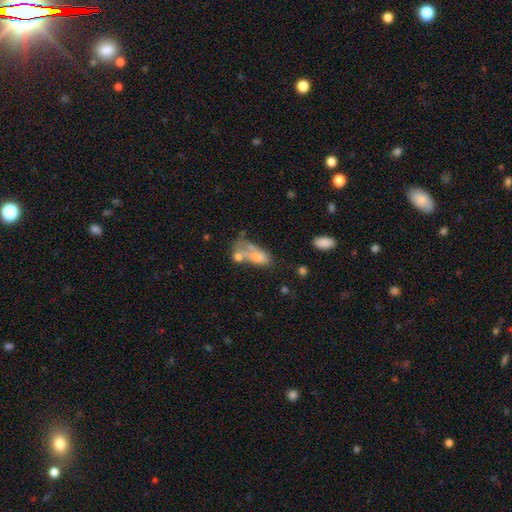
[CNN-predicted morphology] Smooth or featured: smooth — 56% (featured or disk — 33%)
How rounded: in between — 84% (cigar-shaped — 8%)
Merging: merger — 48% (major disturbance — 22%)